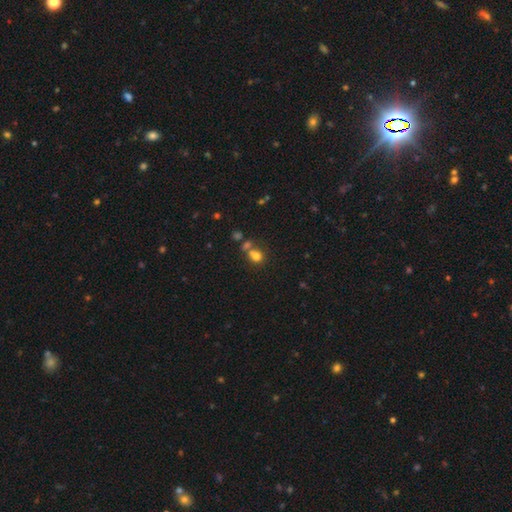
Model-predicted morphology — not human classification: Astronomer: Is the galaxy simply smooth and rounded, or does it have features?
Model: smooth — 74%.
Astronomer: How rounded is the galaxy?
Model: round — 67%.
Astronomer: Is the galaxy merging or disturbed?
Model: none — 47% (runner-up: merger, 38%).